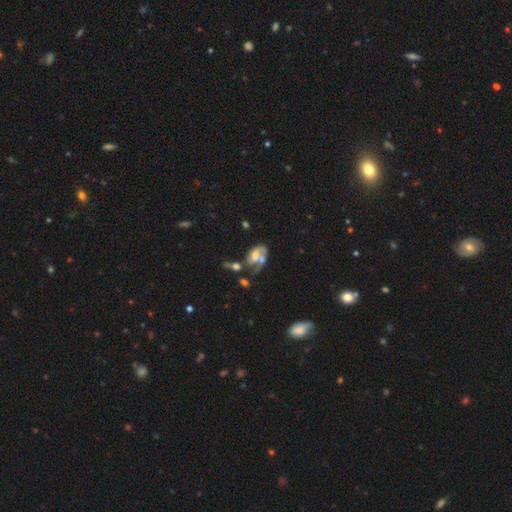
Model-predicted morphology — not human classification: smooth-or-featured: featured or disk: 67% | smooth: 25% | star or artifact: 9%
  disk-edge-on: no: 97% | yes: 3%
    bar: no: 64% | weak: 28% | strong: 8%
    has-spiral-arms: yes: 74% | no: 26%
    bulge-size: moderate: 54% | small: 23% | large: 13% | none: 8% | dominant: 2%
  merging: merger: 44% | major disturbance: 23% | none: 20% | minor disturbance: 14%